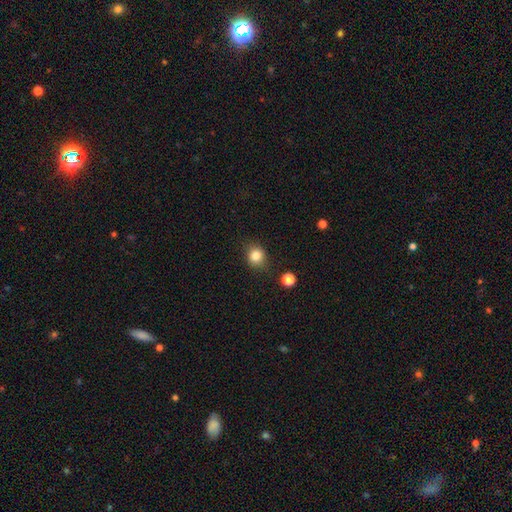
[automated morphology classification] Overall: smooth (83%). How rounded: round (76%). Merging: none (80%).